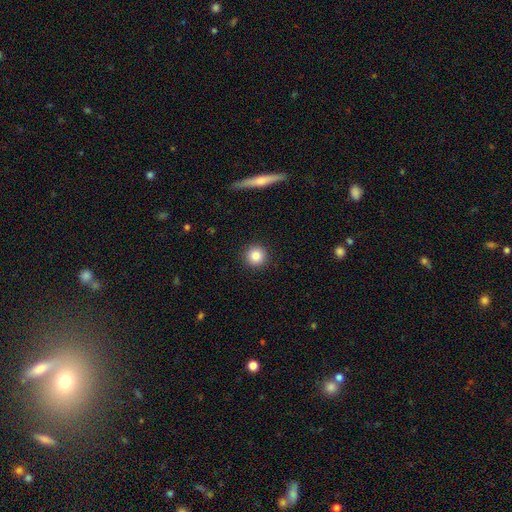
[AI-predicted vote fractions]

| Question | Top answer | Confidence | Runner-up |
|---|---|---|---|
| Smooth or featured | smooth | 85% | star or artifact (9%) |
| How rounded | round | 95% | in between (4%) |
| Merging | none | 92% | minor disturbance (5%) |